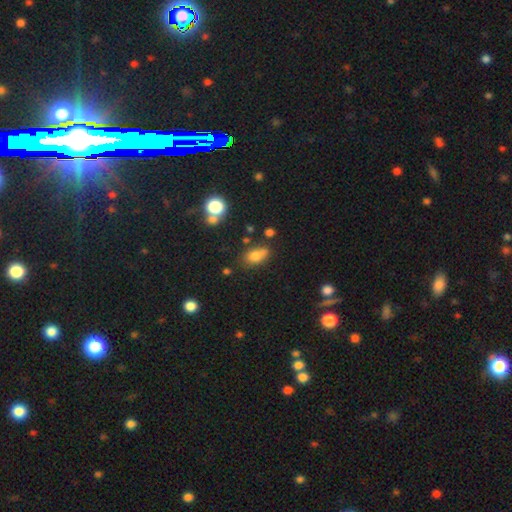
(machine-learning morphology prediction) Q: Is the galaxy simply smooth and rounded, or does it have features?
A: smooth — 76%.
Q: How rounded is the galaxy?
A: in between — 79%.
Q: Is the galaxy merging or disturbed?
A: none — 57%.